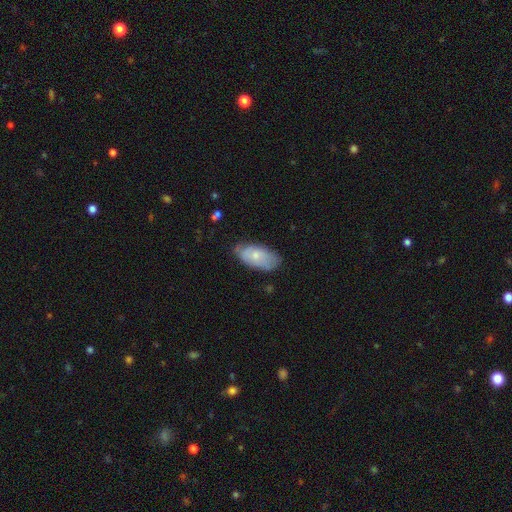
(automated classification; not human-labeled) This appears to be a smooth galaxy with no disk features (62%) that is in between round and cigar-shaped (93%). Merging: none (61%).